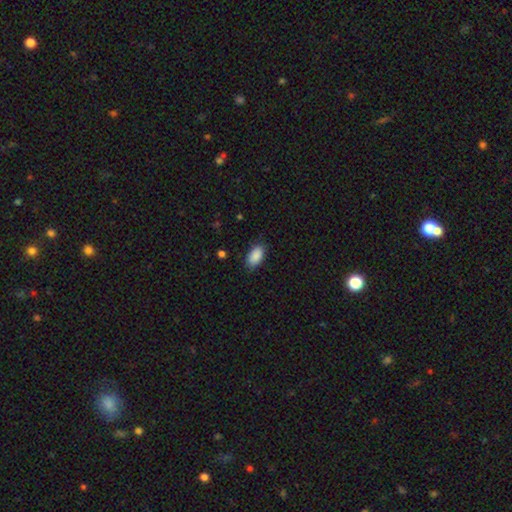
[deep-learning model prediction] A smooth galaxy with no disk features (90%) that is in between round and cigar-shaped (93%). Merging: none (82%).